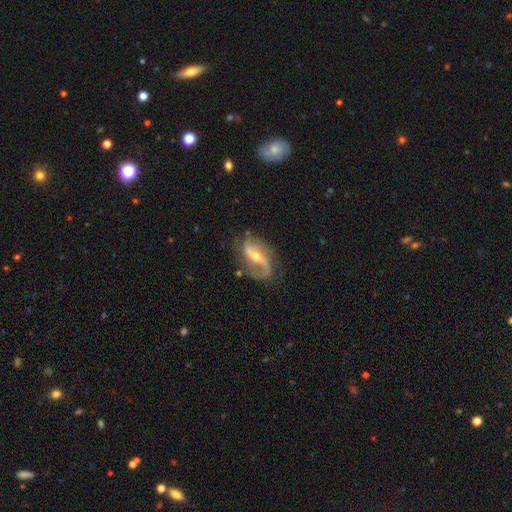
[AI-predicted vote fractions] Smooth or featured? featured or disk (87%)
Edge-on disk? no (96%)
Bar? weak (39%)
Spiral arms? yes (95%)
Spiral winding? loose (55%)
Spiral arm count? 2 (84%)
Bulge size? moderate (57%)
Merging? none (69%)